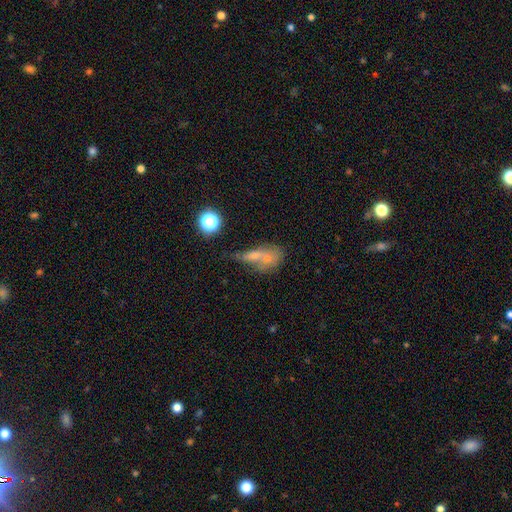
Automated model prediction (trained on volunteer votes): Smooth or featured?
  - smooth: 49% *
  - featured or disk: 31%
  - star or artifact: 20%
Merging?
  - merger: 37% *
  - none: 30%
  - major disturbance: 18%
  - minor disturbance: 15%